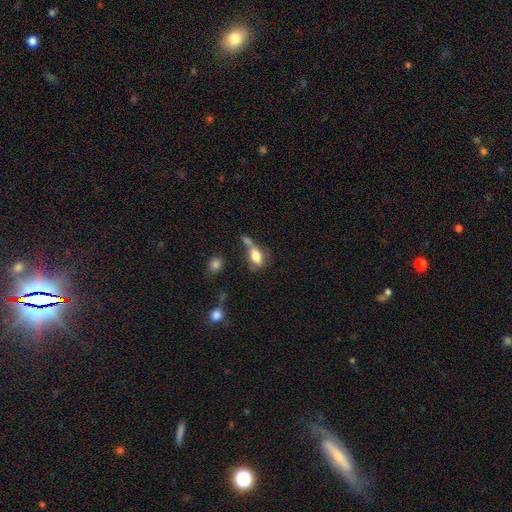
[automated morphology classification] This appears to be a smooth galaxy with no disk features (72%) that is in between round and cigar-shaped (81%). Merging: merger (36%).